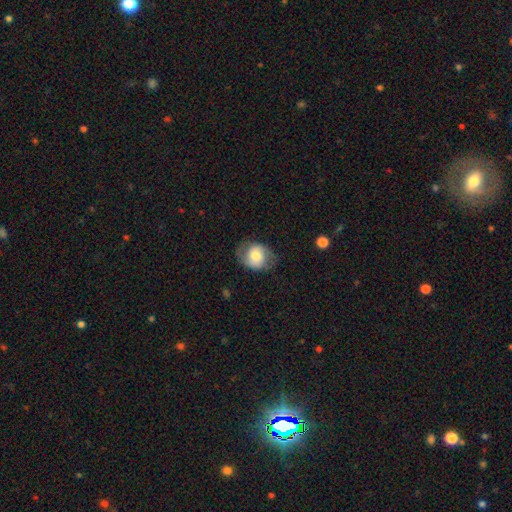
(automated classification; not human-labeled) This appears to be a smooth galaxy with no disk features (54%) that is round (59%). Merging: none (63%).